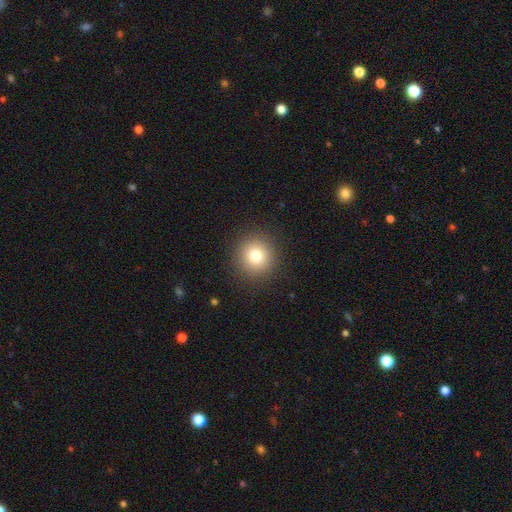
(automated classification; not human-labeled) smooth 79%, star or artifact 12%, featured or disk 9%. Down the decision tree: how rounded — round (94%); merging — none (91%).